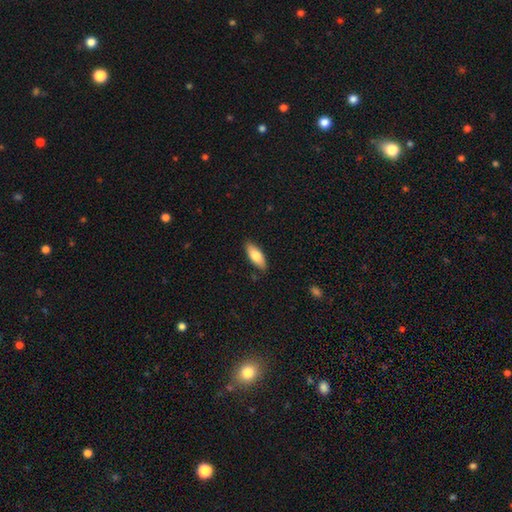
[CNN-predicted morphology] Smooth or featured? smooth (75%)
How rounded? in between (76%)
Merging? none (87%)